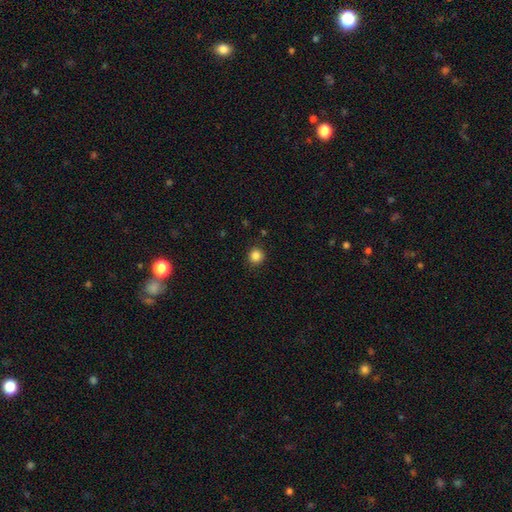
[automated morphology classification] This appears to be a smooth galaxy with no disk features (85%) that is round (93%). Merging: none (90%).